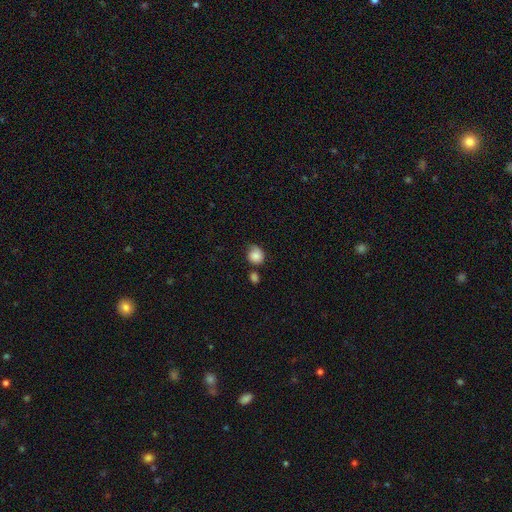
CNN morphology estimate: type=smooth (84%); roundness=round (82%); merging=none (60%).